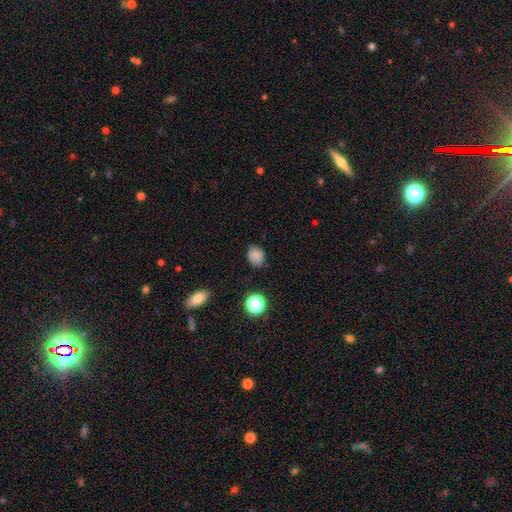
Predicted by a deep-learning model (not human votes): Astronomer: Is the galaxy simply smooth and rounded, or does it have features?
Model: smooth — 80%.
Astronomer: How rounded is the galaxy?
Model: in between — 52% (runner-up: round, 47%).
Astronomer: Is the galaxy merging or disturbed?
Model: none — 70%.